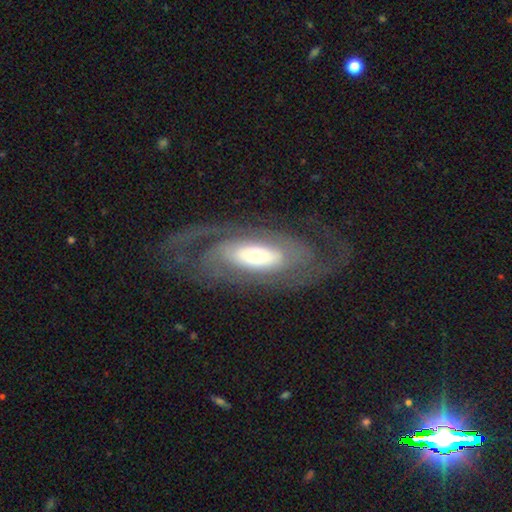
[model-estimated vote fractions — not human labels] Q: Smooth or featured?
A: featured or disk (82%); runner-up: smooth (13%)
Q: Edge-on disk?
A: no (91%); runner-up: yes (9%)
Q: Bar?
A: no (59%); runner-up: weak (23%)
Q: Spiral arms?
A: yes (87%); runner-up: no (13%)
Q: Spiral winding?
A: tight (48%); runner-up: medium (36%)
Q: Spiral arm count?
A: 2 (57%); runner-up: can't tell (24%)
Q: Bulge size?
A: moderate (43%); runner-up: small (39%)
Q: Merging?
A: none (71%); runner-up: minor disturbance (14%)